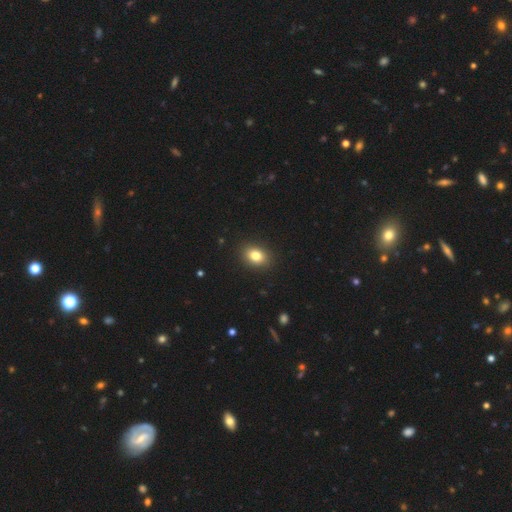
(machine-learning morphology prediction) smooth-or-featured: smooth: 82% | star or artifact: 10% | featured or disk: 8%
  how-rounded: in between: 67% | round: 32% | cigar-shaped: 1%
  merging: none: 90% | minor disturbance: 7% | major disturbance: 2% | merger: 1%